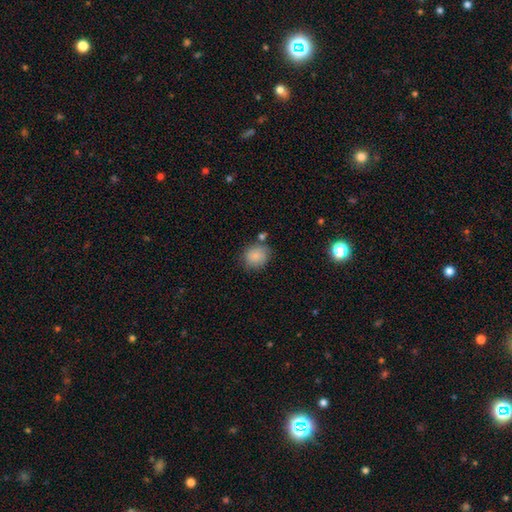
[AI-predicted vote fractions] Morphology: type=smooth (85%); roundness=round (74%); merging=none (72%).